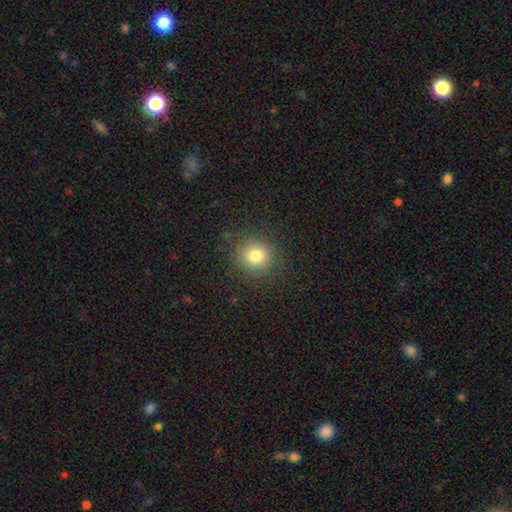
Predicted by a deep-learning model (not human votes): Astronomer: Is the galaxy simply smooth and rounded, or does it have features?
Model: smooth — 79%.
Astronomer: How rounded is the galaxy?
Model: round — 89%.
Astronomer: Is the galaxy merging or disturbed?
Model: none — 87%.